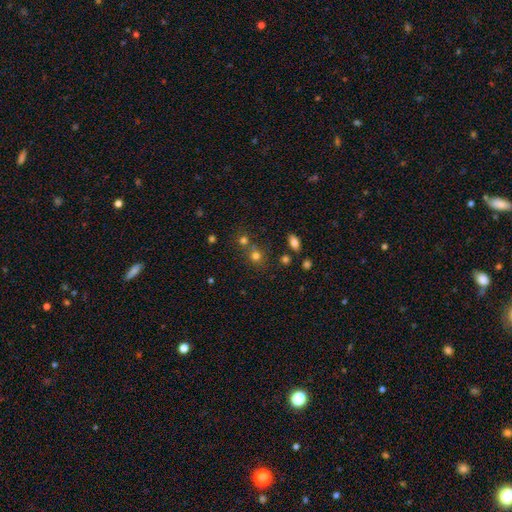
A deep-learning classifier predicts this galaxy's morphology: Q: Smooth or featured?
A: smooth (72%); runner-up: star or artifact (18%)
Q: How rounded?
A: round (81%); runner-up: in between (17%)
Q: Merging?
A: none (59%); runner-up: merger (28%)